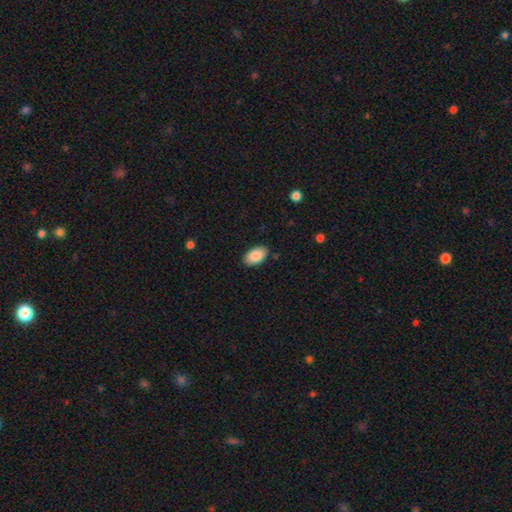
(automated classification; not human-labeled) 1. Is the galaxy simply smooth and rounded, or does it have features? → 88% smooth, 6% star or artifact, 6% featured or disk.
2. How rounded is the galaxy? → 95% in between, 4% round, 1% cigar-shaped.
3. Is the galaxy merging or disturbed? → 87% none, 10% minor disturbance, 2% major disturbance, 1% merger.